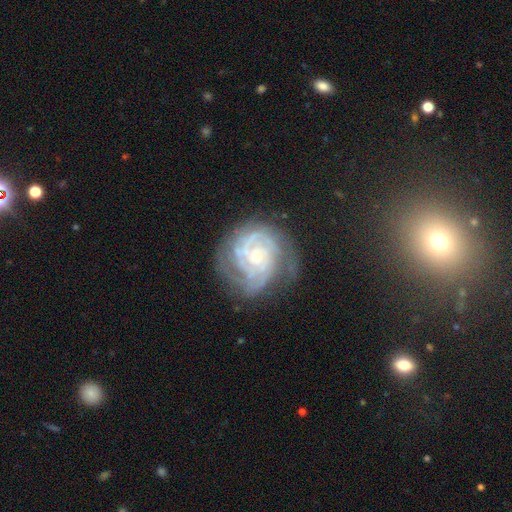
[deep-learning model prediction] A featured or disk galaxy (87%) with no bar (73%), can't tell (26%, tied with 3) tight (75%) spiral arms (97%) and a small central bulge (67%).

Vote fractions:
- Smooth or featured? featured or disk: 87% / smooth: 7% / star or artifact: 6%
- Edge-on disk? no: 98% / yes: 2%
- Bar? no: 73% / weak: 21% / strong: 5%
- Spiral arms? yes: 97% / no: 3%
- Spiral winding? tight: 75% / medium: 21% / loose: 4%
- Spiral arm count? can't tell: 26% (tied) / 3: 26% (tied) / 2: 19% / 4: 16% / more than 4: 7% / 1: 6%
- Bulge size? small: 67% / moderate: 28% / none: 2% / large: 2% / dominant: 1%
- Merging? none: 67% / minor disturbance: 20% / major disturbance: 10% / merger: 2%